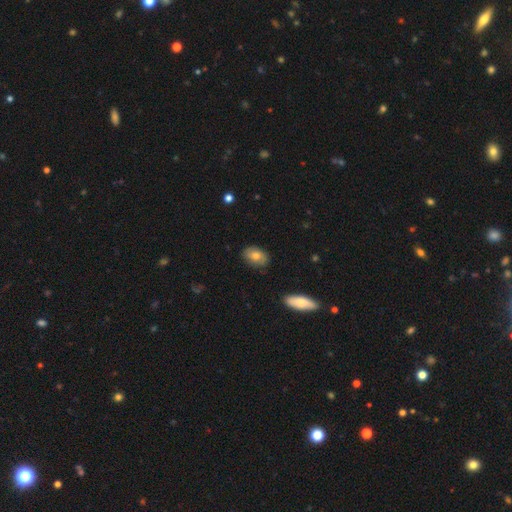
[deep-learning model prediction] A smooth galaxy with no disk features (76%) that is in between round and cigar-shaped (87%). Merging: none (83%).